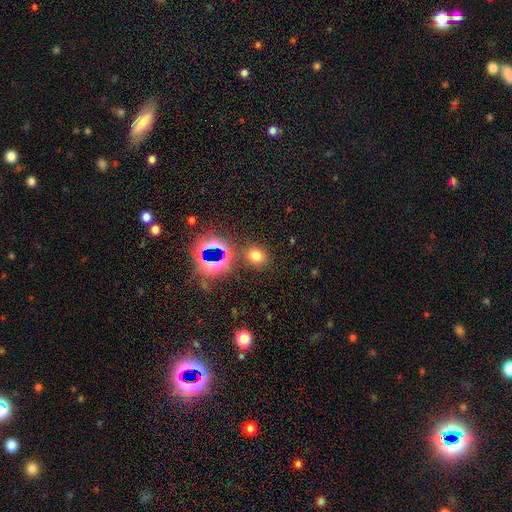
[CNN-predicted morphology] Smooth or featured?
  - smooth: 66% *
  - star or artifact: 26%
  - featured or disk: 8%
How rounded?
  - round: 64% *
  - in between: 35%
  - cigar-shaped: 1%
Merging?
  - none: 81% *
  - minor disturbance: 9%
  - merger: 6%
  - major disturbance: 4%